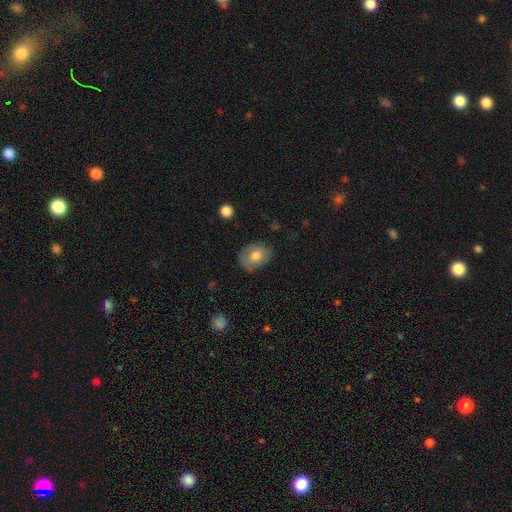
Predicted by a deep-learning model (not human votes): smooth-or-featured: smooth: 74% | featured or disk: 18% | star or artifact: 8%
  how-rounded: in between: 61% | round: 38% | cigar-shaped: 1%
  merging: none: 73% | minor disturbance: 21% | major disturbance: 5% | merger: 2%